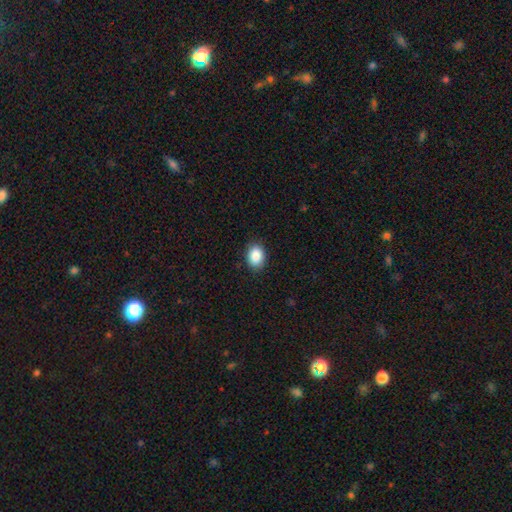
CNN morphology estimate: This appears to be a smooth galaxy with no disk features (88%) that is in between round and cigar-shaped (74%). Merging: none (87%).